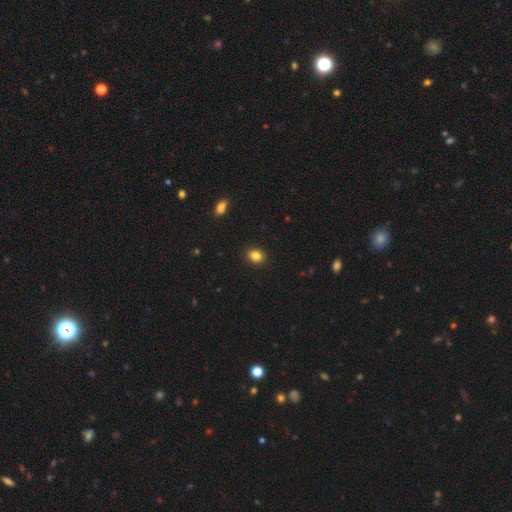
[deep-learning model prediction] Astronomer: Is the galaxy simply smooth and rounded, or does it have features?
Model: smooth — 84%.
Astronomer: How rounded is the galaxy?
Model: round — 62%.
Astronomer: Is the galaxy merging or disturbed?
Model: none — 91%.